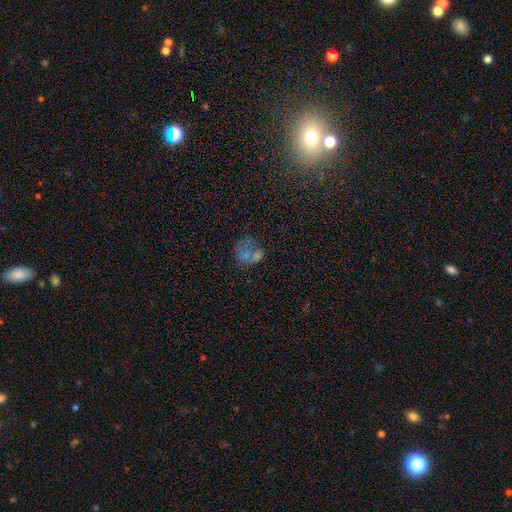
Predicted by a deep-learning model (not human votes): smooth 43%, featured or disk 31%, star or artifact 26%. Down the decision tree: merging — none (40%).